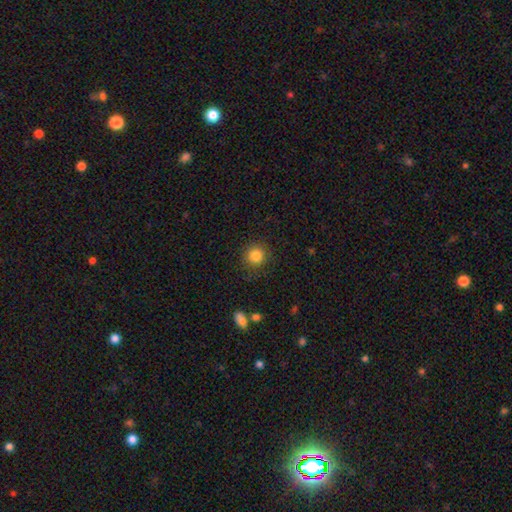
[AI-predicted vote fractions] smooth-or-featured: smooth: 83% | star or artifact: 11% | featured or disk: 5%
  how-rounded: round: 92% | in between: 7% | cigar-shaped: 1%
  merging: none: 88% | minor disturbance: 8% | major disturbance: 3% | merger: 1%